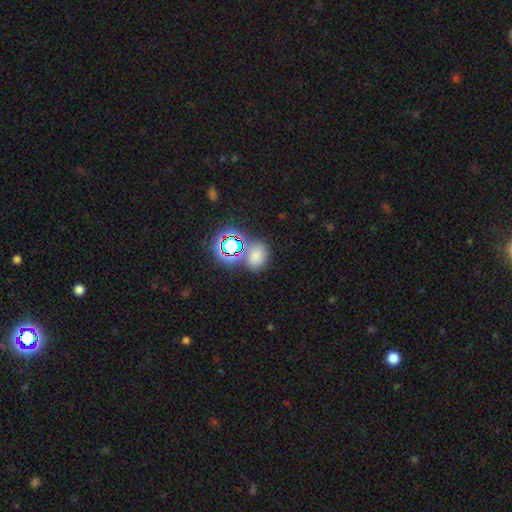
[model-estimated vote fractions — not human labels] This is likely a smooth galaxy (62%). How rounded: possibly in between (55%). Merging: likely none (69%).